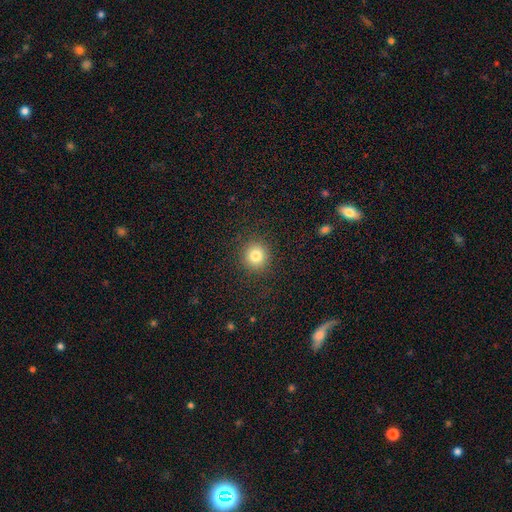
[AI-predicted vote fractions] The model was most divided on "smooth or featured": smooth: 82%, star or artifact: 12%, featured or disk: 6%. More confident: how rounded — round (93%); merging — none (90%).